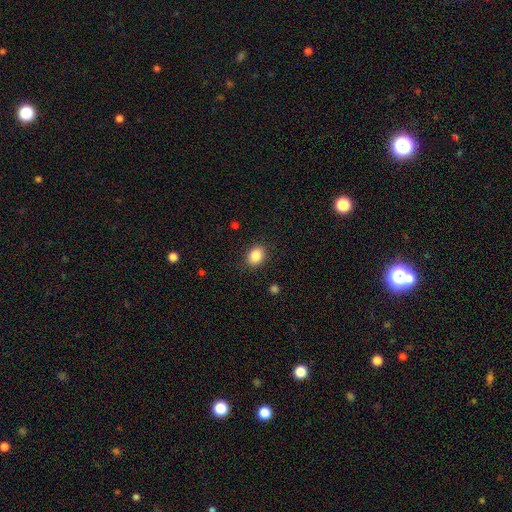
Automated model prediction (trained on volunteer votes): The model was most divided on "how rounded": in between: 63%, round: 36%, cigar-shaped: 1%. More confident: merging — none (88%); smooth or featured — smooth (87%).